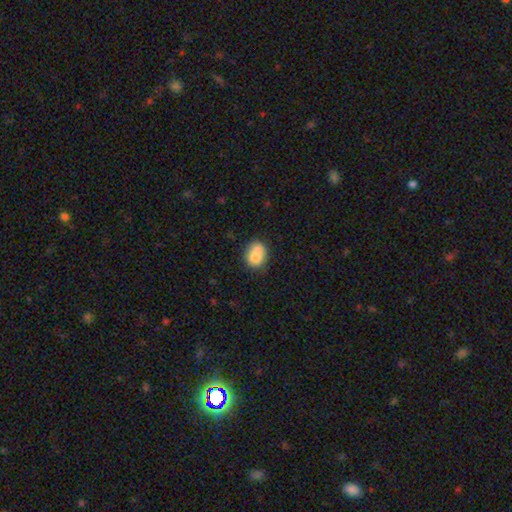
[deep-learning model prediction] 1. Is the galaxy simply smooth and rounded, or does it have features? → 74% smooth, 18% featured or disk, 9% star or artifact.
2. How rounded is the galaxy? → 56% round, 43% in between, 1% cigar-shaped.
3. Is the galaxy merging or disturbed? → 52% merger, 33% none, 11% minor disturbance, 4% major disturbance.